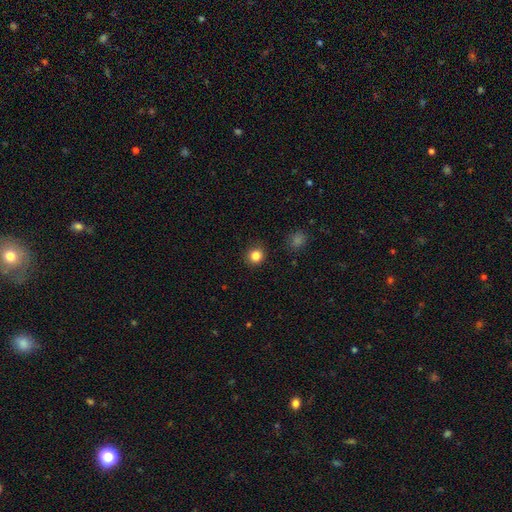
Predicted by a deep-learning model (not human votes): Smooth or featured: smooth — 84% (star or artifact — 12%)
How rounded: round — 90% (in between — 9%)
Merging: none — 91% (minor disturbance — 6%)